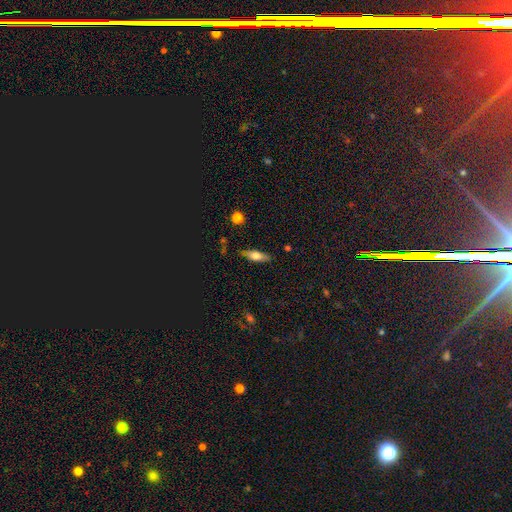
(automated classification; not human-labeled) smooth-or-featured: smooth: 58% | featured or disk: 34% | star or artifact: 8%
  how-rounded: in between: 54% | cigar-shaped: 43% | round: 3%
  merging: none: 80% | minor disturbance: 14% | major disturbance: 3% | merger: 2%